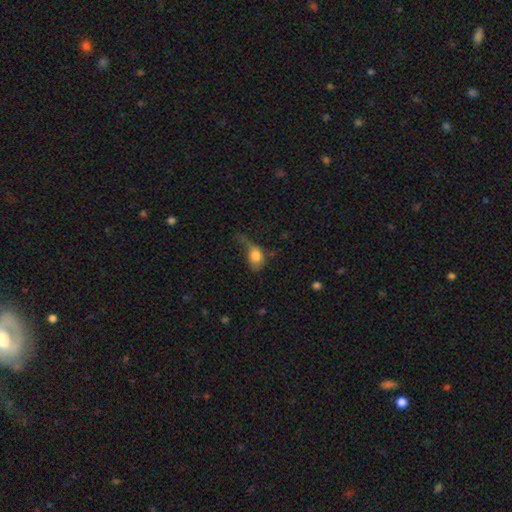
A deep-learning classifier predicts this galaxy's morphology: Q: Smooth or featured?
A: smooth (73%); runner-up: featured or disk (18%)
Q: How rounded?
A: in between (68%); runner-up: round (29%)
Q: Merging?
A: major disturbance (50%); runner-up: minor disturbance (24%)